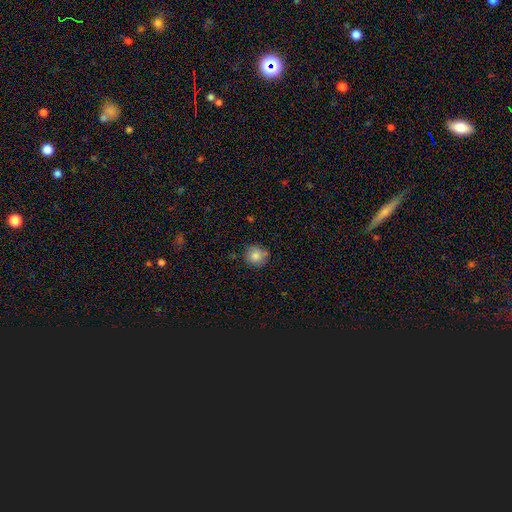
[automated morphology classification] type=smooth (84%); roundness=round (91%); merging=none (82%).